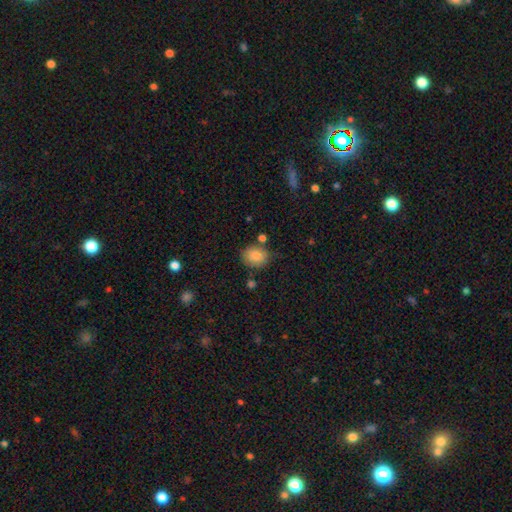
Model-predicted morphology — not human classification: Smooth or featured? smooth (85%)
How rounded? round (60%)
Merging? none (73%)